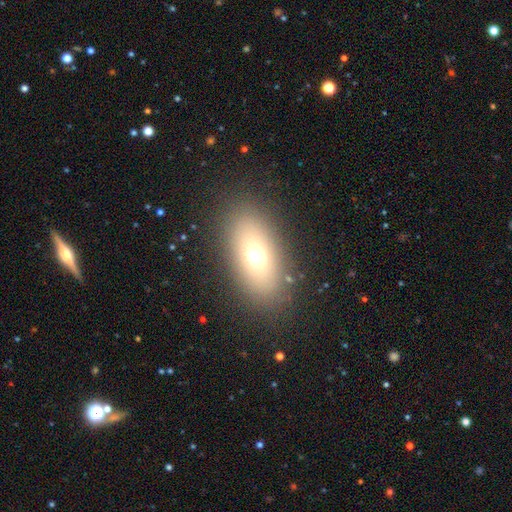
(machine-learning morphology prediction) type=smooth (66%); roundness=in between (82%); merging=none (86%).